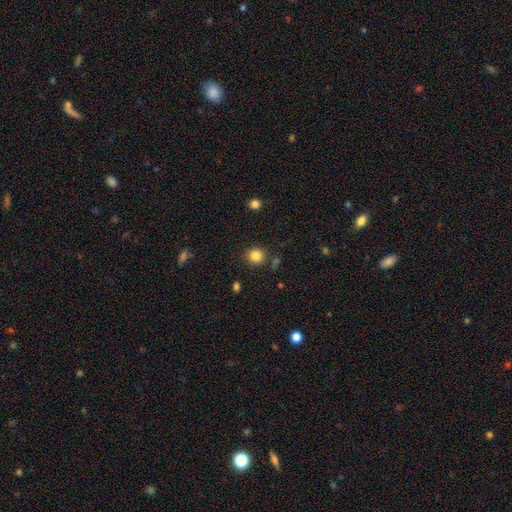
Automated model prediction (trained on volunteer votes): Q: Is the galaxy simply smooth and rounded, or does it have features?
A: smooth — 84%.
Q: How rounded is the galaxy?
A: round — 88%.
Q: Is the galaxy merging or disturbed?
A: none — 83%.